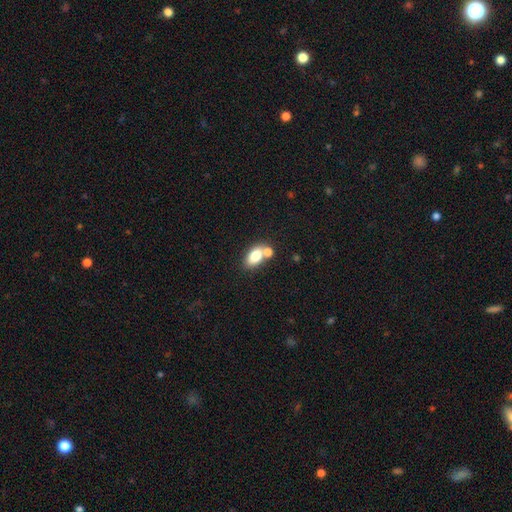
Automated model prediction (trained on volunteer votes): A smooth galaxy with no disk features (79%) that is in between round and cigar-shaped (87%). Merging: none (48%).